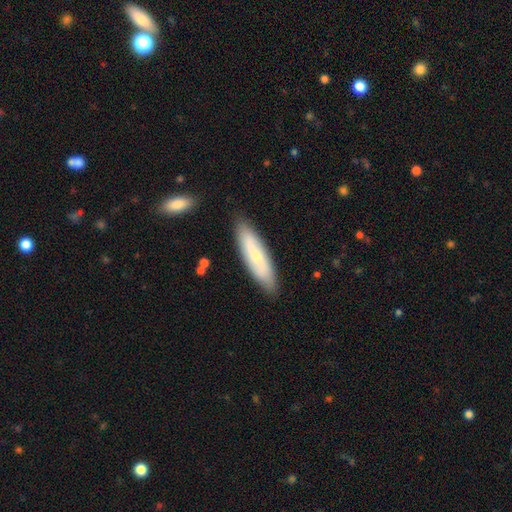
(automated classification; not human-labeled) Q: Smooth or featured?
A: smooth (54%); runner-up: featured or disk (40%)
Q: How rounded?
A: cigar-shaped (66%); runner-up: in between (32%)
Q: Merging?
A: none (86%); runner-up: minor disturbance (11%)